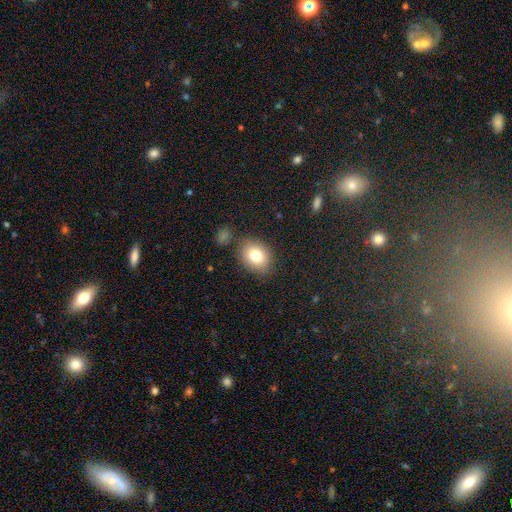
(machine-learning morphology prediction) smooth_or_featured: smooth (p=0.79) [alt: featured or disk p=0.11]
how_rounded: in between (p=0.58) [alt: round p=0.42]
merging: none (p=0.80) [alt: minor disturbance p=0.12]